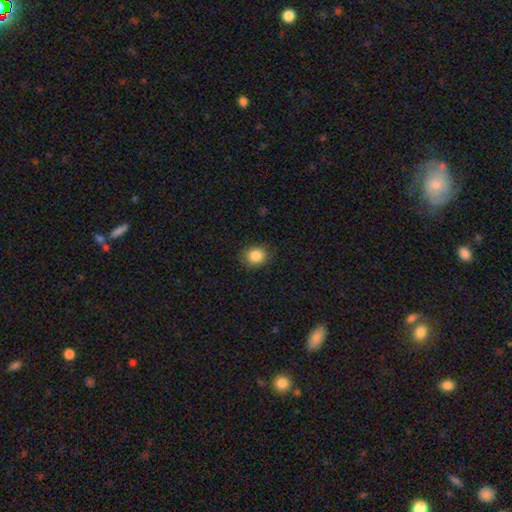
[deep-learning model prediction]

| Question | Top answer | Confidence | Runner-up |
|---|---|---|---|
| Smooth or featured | smooth | 86% | star or artifact (9%) |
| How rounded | round | 68% | in between (32%) |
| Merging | none | 87% | minor disturbance (10%) |